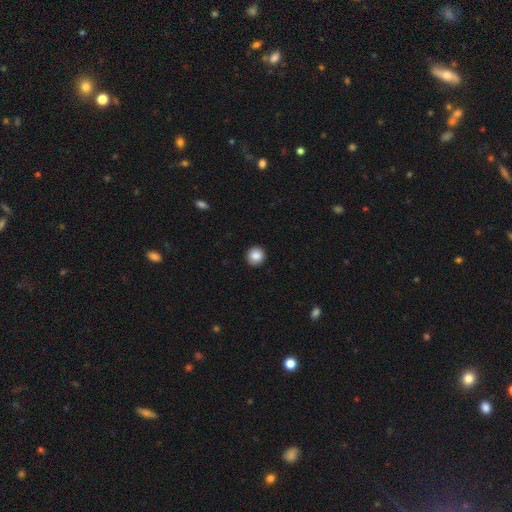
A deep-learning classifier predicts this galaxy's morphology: smooth-or-featured: smooth: 87% | star or artifact: 9% | featured or disk: 4%
  how-rounded: round: 93% | in between: 6% | cigar-shaped: 1%
  merging: none: 92% | minor disturbance: 5% | major disturbance: 2% | merger: 1%